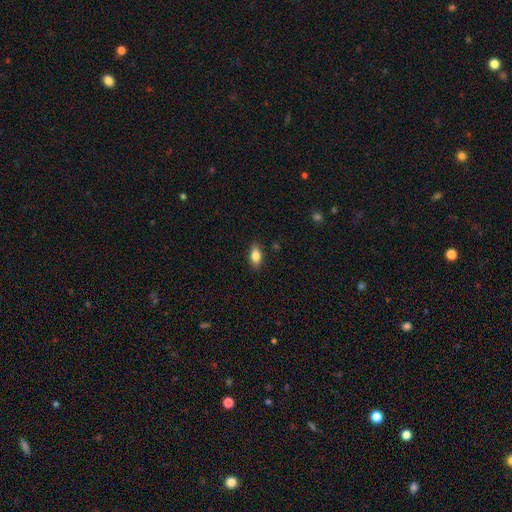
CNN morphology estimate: A smooth galaxy with no disk features (75%) that is in between round and cigar-shaped (83%).

Vote fractions:
- Smooth or featured? smooth: 75% / featured or disk: 17% / star or artifact: 8%
- How rounded? in between: 83% / cigar-shaped: 12% / round: 5%
- Merging? none: 85% / minor disturbance: 11% / major disturbance: 2% / merger: 1%